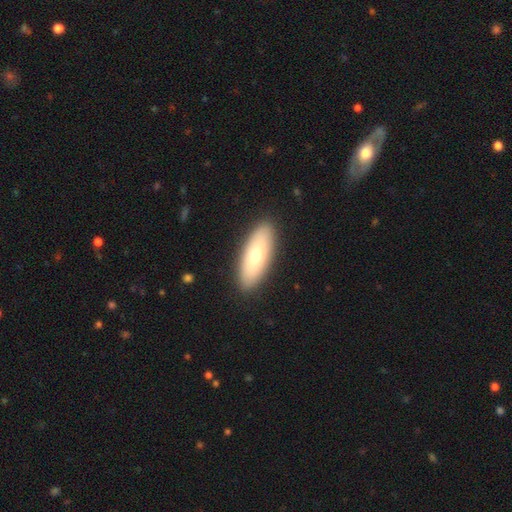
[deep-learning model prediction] This is likely a smooth galaxy (73%). How rounded: likely in between (71%). Merging: clearly none (90%).